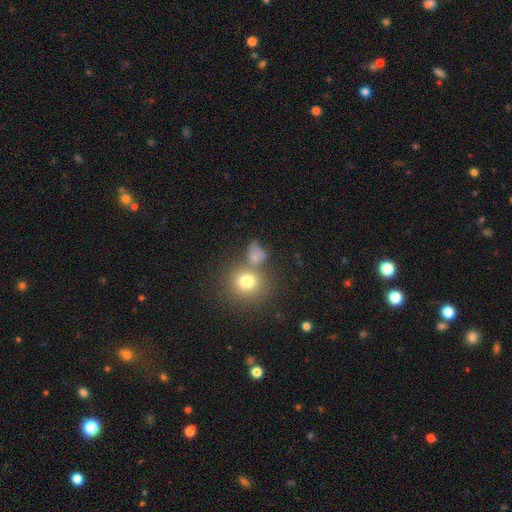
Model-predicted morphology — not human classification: The model was most divided on "merging": none: 46%, merger: 29%, minor disturbance: 15%, major disturbance: 10%. More confident: smooth or featured — smooth (70%); how rounded — round (61%).